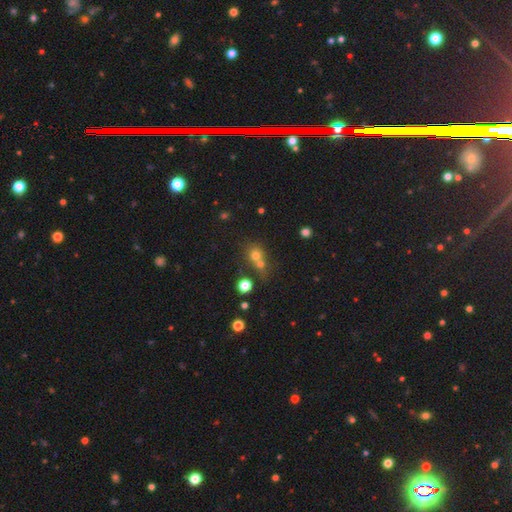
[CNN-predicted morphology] Q: Smooth or featured?
A: smooth (68%); runner-up: star or artifact (19%)
Q: How rounded?
A: round (83%); runner-up: in between (16%)
Q: Merging?
A: merger (51%); runner-up: none (38%)